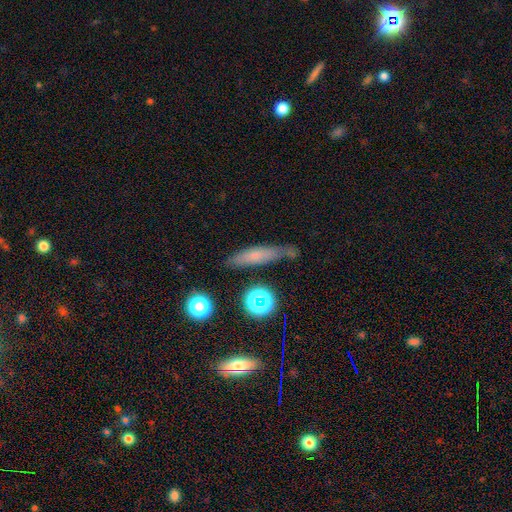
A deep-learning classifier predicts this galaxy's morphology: The model was most divided on "smooth or featured": smooth: 58%, featured or disk: 26%, star or artifact: 15%. More confident: how rounded — cigar-shaped (74%); merging — none (70%).